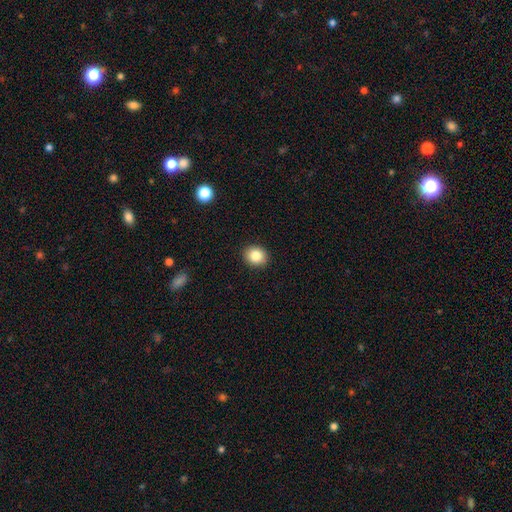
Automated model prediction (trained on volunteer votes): A smooth galaxy with no disk features (85%) that is round (66%).

Vote fractions:
- Smooth or featured? smooth: 85% / star or artifact: 9% / featured or disk: 6%
- How rounded? round: 66% / in between: 34% / cigar-shaped: 1%
- Merging? none: 91% / minor disturbance: 7% / major disturbance: 2% / merger: 1%